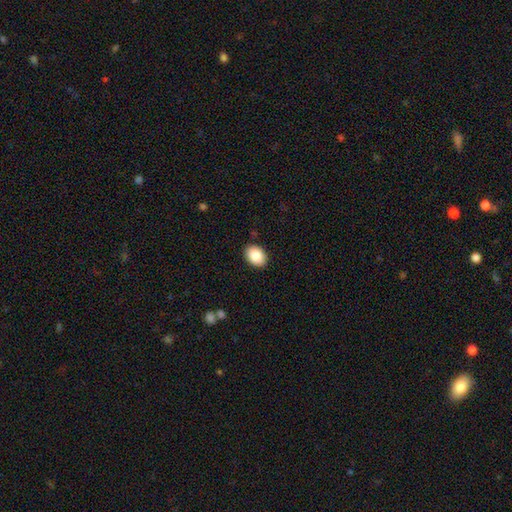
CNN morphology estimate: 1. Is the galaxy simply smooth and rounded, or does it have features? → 89% smooth, 7% star or artifact, 4% featured or disk.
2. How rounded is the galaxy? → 74% in between, 25% round, 1% cigar-shaped.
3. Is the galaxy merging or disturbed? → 89% none, 8% minor disturbance, 2% major disturbance, 1% merger.